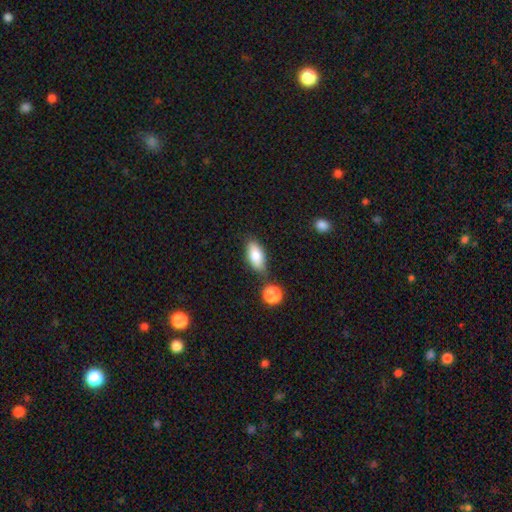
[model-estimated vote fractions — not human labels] Smooth or featured? Predicted: smooth (p=0.81). How rounded? Predicted: in between (p=0.85). Merging? Predicted: none (p=0.70).